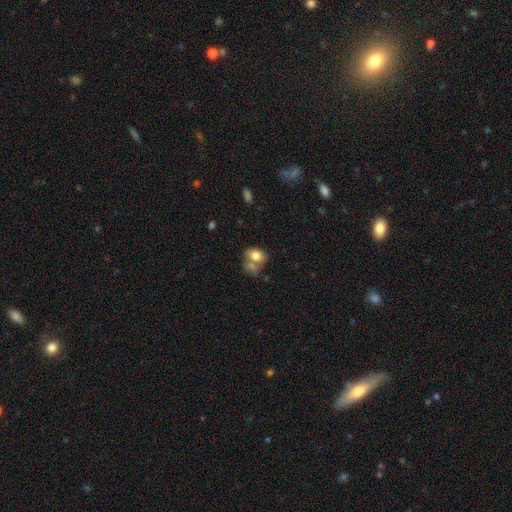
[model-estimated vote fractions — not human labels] smooth-or-featured: smooth: 76% | featured or disk: 15% | star or artifact: 9%
  how-rounded: in between: 57% | round: 42% | cigar-shaped: 1%
  merging: merger: 44% | none: 35% | minor disturbance: 14% | major disturbance: 7%